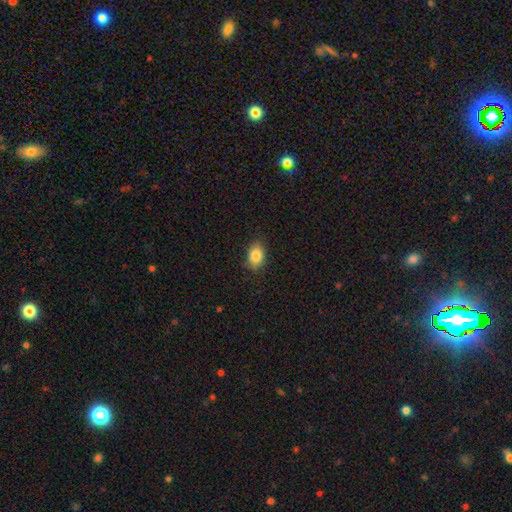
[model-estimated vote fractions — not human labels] smooth-or-featured: smooth: 86% | star or artifact: 8% | featured or disk: 6%
  how-rounded: in between: 81% | round: 17% | cigar-shaped: 1%
  merging: none: 85% | minor disturbance: 12% | major disturbance: 3% | merger: 1%